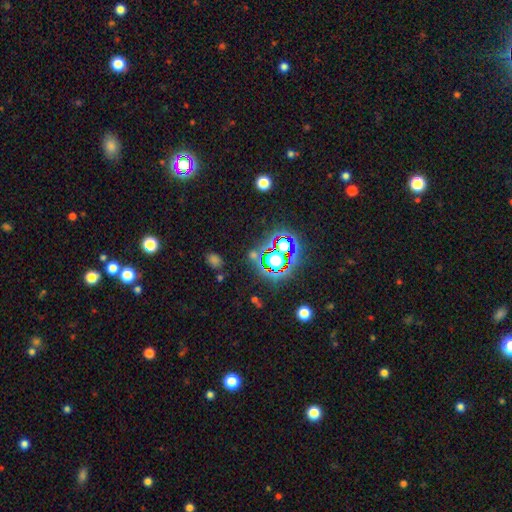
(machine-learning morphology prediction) Smooth or featured: star or artifact — 71% (smooth — 19%)